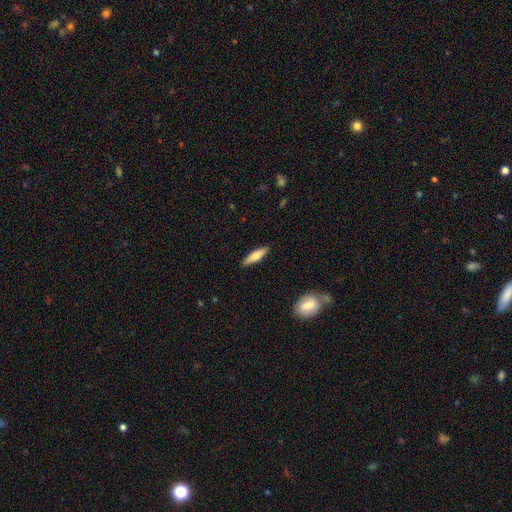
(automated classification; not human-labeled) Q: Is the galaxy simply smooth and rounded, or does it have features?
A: smooth — 65%.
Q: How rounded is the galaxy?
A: cigar-shaped — 70%.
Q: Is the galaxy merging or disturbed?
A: none — 90%.